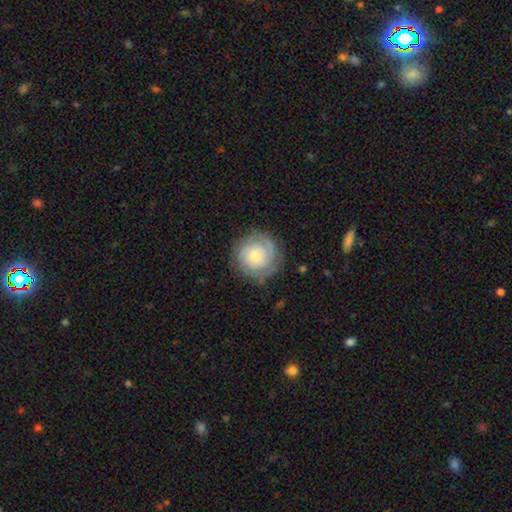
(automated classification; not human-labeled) Q: Smooth or featured?
A: featured or disk (55%); runner-up: smooth (38%)
Q: Edge-on disk?
A: no (98%); runner-up: yes (2%)
Q: Bar?
A: no (83%); runner-up: weak (15%)
Q: Spiral arms?
A: yes (81%); runner-up: no (19%)
Q: Bulge size?
A: small (52%); runner-up: moderate (39%)
Q: Merging?
A: none (77%); runner-up: minor disturbance (16%)